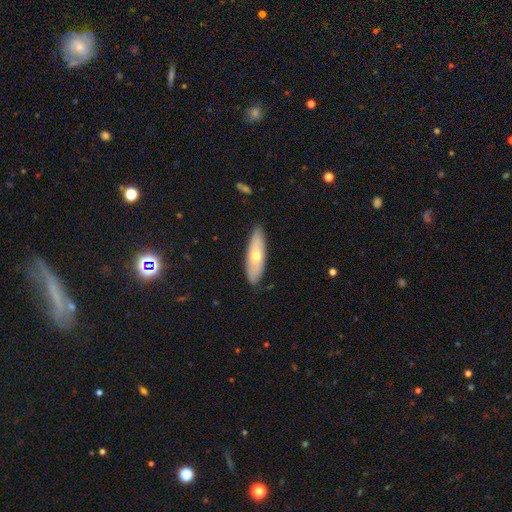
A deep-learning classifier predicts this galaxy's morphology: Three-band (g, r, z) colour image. It shows a smooth galaxy with no disk features (56%) that is in between round and cigar-shaped (53%). Merging: none (86%).